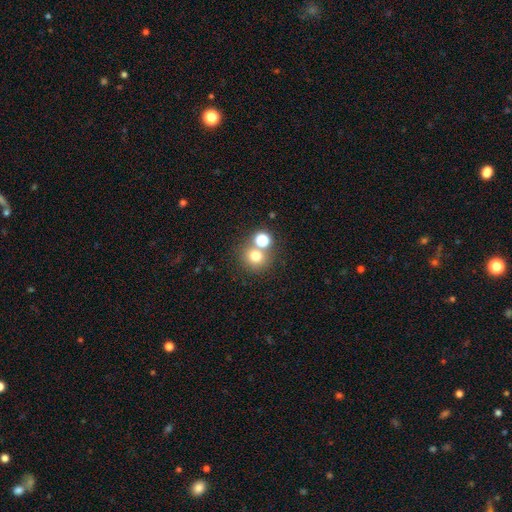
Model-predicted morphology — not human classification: Overall: smooth (72%). How rounded: round (89%). Merging: none (63%; merger 27%).